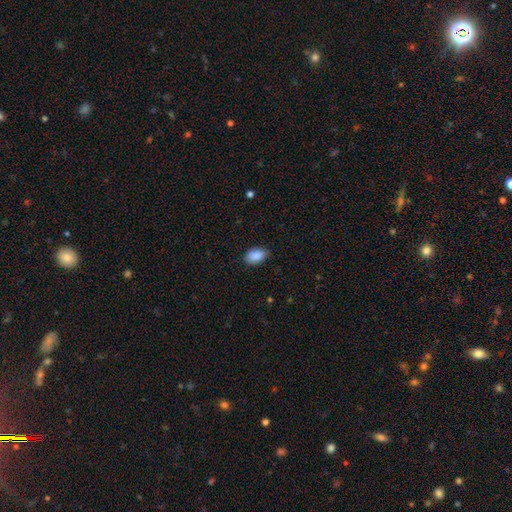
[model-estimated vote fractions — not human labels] smooth 89%, star or artifact 7%, featured or disk 4%. Down the decision tree: how rounded — in between (90%); merging — none (80%).